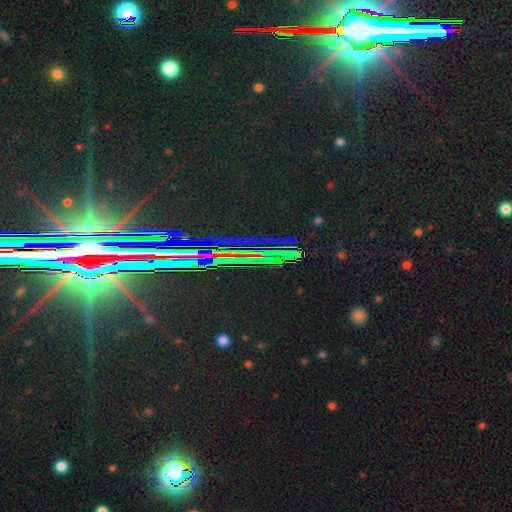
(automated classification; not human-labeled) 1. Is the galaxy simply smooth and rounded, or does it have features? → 84% star or artifact, 9% featured or disk, 8% smooth.